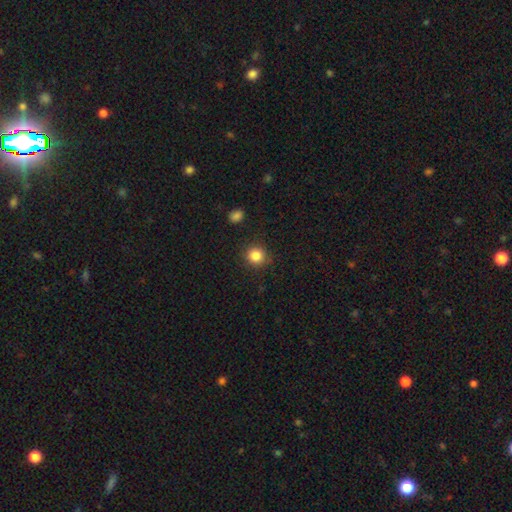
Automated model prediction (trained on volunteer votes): smooth-or-featured: smooth: 85% | star or artifact: 11% | featured or disk: 4%
  how-rounded: round: 91% | in between: 8% | cigar-shaped: 1%
  merging: none: 88% | minor disturbance: 8% | major disturbance: 3% | merger: 2%